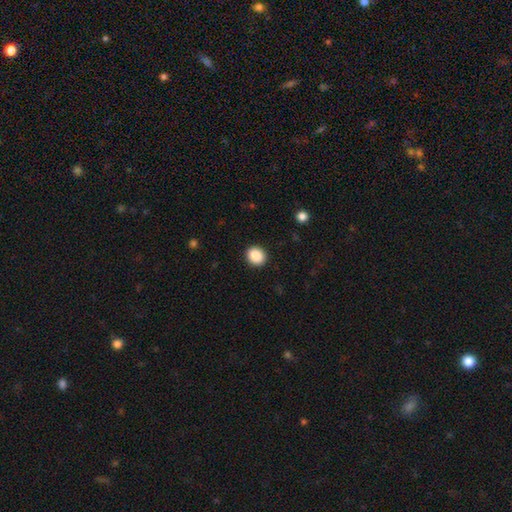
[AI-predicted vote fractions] Smooth or featured: smooth — 89% (star or artifact — 8%)
How rounded: round — 75% (in between — 24%)
Merging: none — 91% (minor disturbance — 6%)